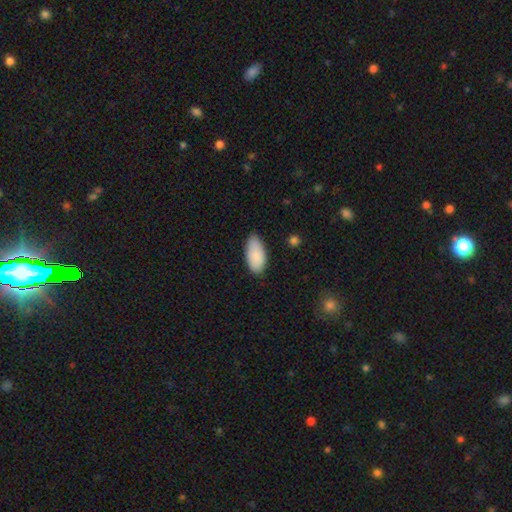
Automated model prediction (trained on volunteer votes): The model was most divided on "merging": none: 77%, minor disturbance: 19%, major disturbance: 3%, merger: 1%. More confident: how rounded — in between (93%); smooth or featured — smooth (88%).